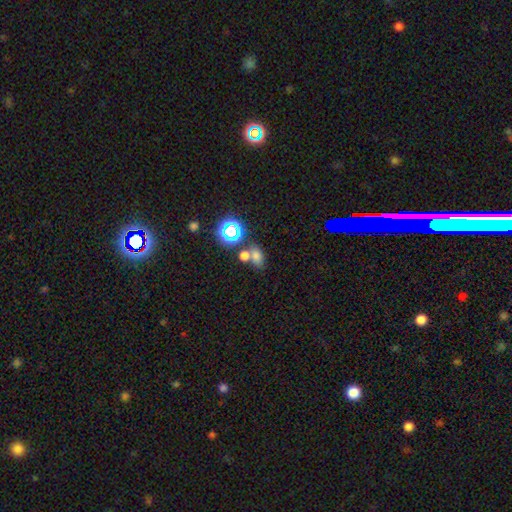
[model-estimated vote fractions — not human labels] Smooth or featured? Predicted: smooth (p=0.66). How rounded? Predicted: in between (p=0.73). Merging? Predicted: none (p=0.48).